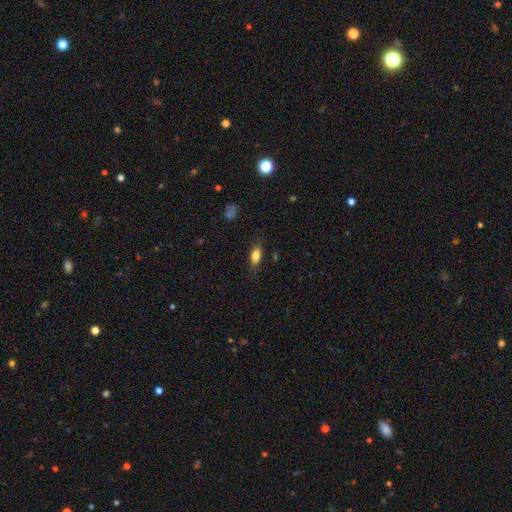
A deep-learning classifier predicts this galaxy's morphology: The model was most divided on "merging": none: 81%, minor disturbance: 14%, major disturbance: 3%, merger: 1%. More confident: how rounded — in between (84%); smooth or featured — smooth (80%).